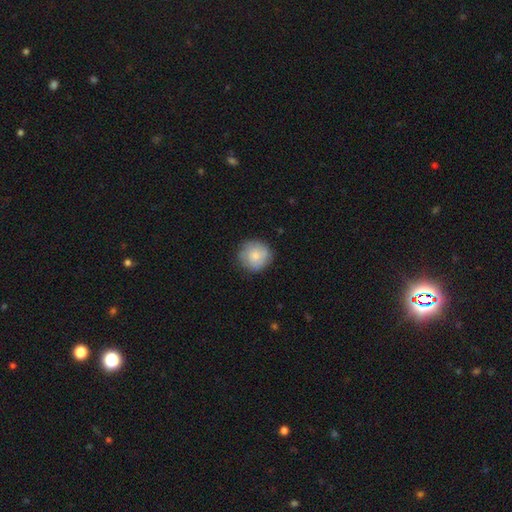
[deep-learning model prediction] Q: Smooth or featured?
A: smooth (76%); runner-up: featured or disk (17%)
Q: How rounded?
A: round (92%); runner-up: in between (8%)
Q: Merging?
A: none (79%); runner-up: minor disturbance (16%)